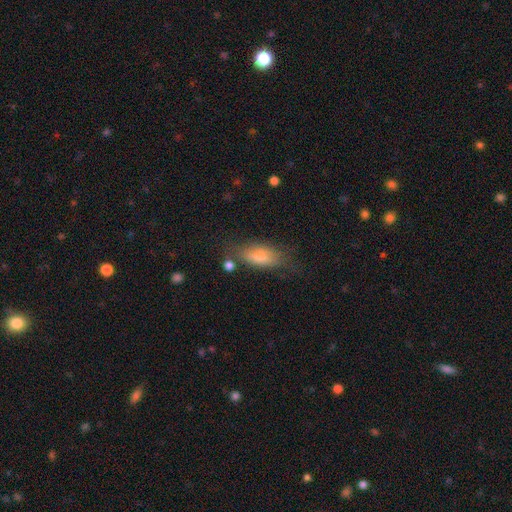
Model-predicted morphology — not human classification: Smooth or featured? smooth (73%)
How rounded? in between (73%)
Merging? none (69%)